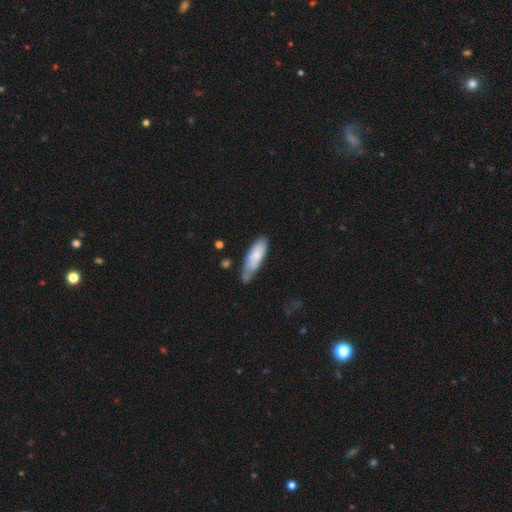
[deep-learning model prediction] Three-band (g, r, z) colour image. It shows a smooth galaxy with no disk features (69%) that is in between round and cigar-shaped (51%). Merging: none (45%).